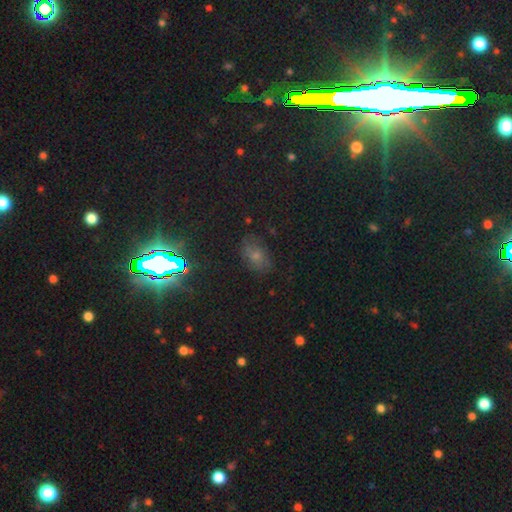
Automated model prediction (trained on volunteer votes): Smooth or featured: smooth — 51% (star or artifact — 31%)
How rounded: in between — 82% (round — 15%)
Merging: none — 72% (minor disturbance — 19%)